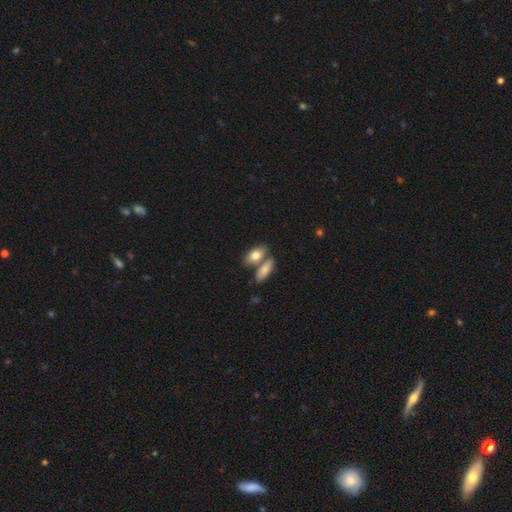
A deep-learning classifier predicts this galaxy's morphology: Overall: smooth (78%). How rounded: in between (85%). Merging: none (49%; merger 38%).